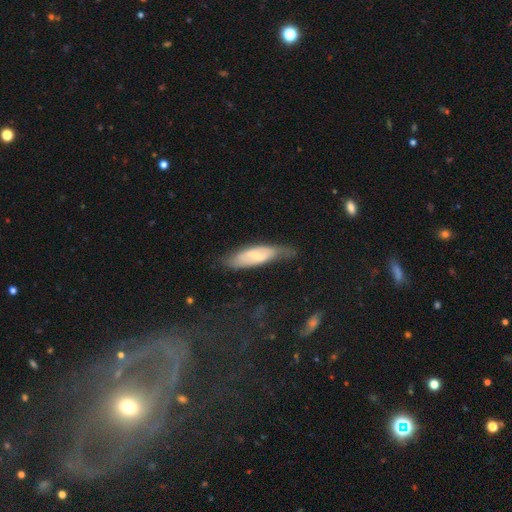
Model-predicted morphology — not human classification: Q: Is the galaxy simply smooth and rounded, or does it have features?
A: featured or disk — 53%.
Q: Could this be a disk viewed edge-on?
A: no — 67%.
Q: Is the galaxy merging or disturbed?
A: none — 58%.